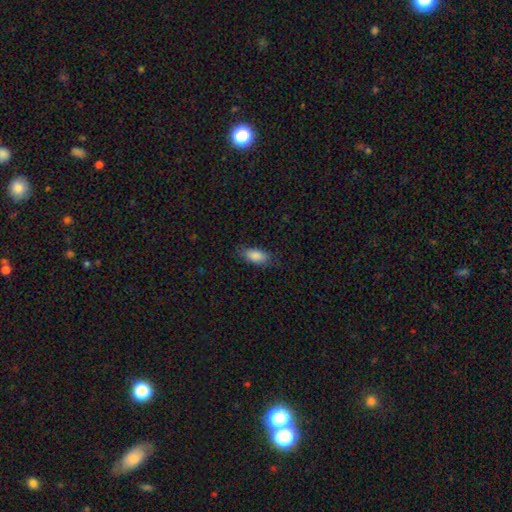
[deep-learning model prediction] Q: Smooth or featured?
A: smooth (86%); runner-up: star or artifact (7%)
Q: How rounded?
A: in between (86%); runner-up: cigar-shaped (11%)
Q: Merging?
A: none (76%); runner-up: minor disturbance (19%)